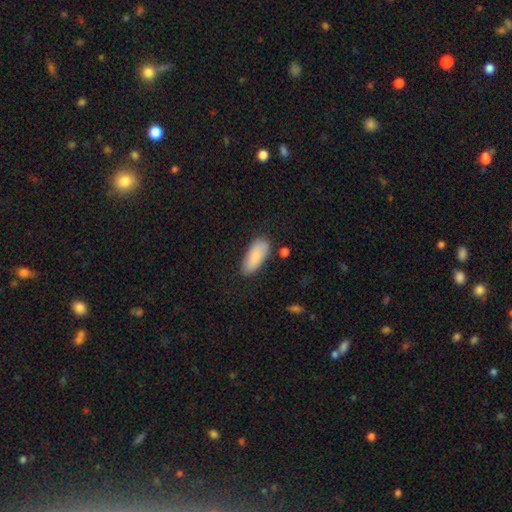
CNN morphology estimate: A smooth galaxy with no disk features (83%) that is in between round and cigar-shaped (83%). Merging: none (74%).